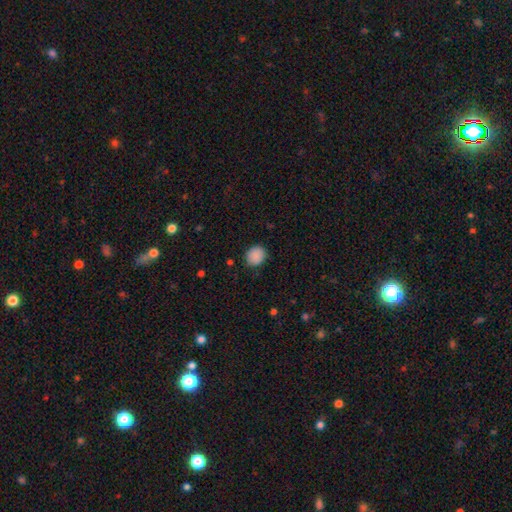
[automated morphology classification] A smooth galaxy with no disk features (89%) that is round (71%). Merging: none (85%).